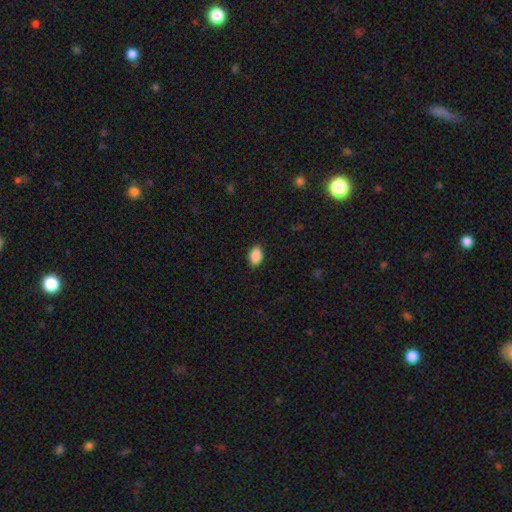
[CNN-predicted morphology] Overall: smooth (89%). How rounded: in between (90%). Merging: none (88%).